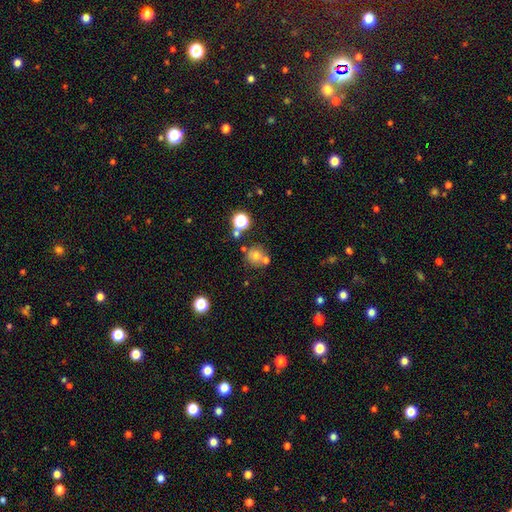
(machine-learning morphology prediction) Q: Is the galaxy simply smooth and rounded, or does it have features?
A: smooth — 67%.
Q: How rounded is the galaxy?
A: round — 87%.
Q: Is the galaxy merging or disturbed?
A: none — 59%.